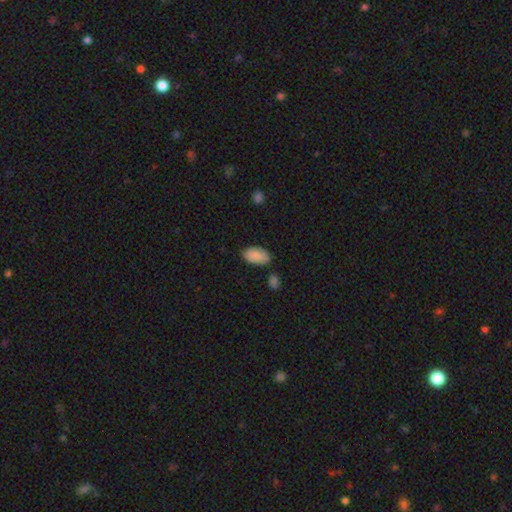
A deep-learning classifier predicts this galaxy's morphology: Smooth or featured: smooth — 88% (star or artifact — 6%)
How rounded: in between — 95% (round — 3%)
Merging: none — 76% (minor disturbance — 17%)